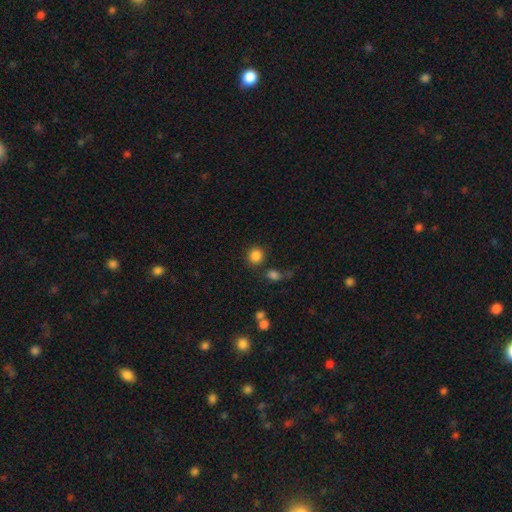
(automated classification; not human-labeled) A smooth galaxy with no disk features (85%) that is round (88%).

Vote fractions:
- Smooth or featured? smooth: 85% / star or artifact: 11% / featured or disk: 4%
- How rounded? round: 88% / in between: 11% / cigar-shaped: 1%
- Merging? none: 79% / minor disturbance: 9% / merger: 8% / major disturbance: 4%